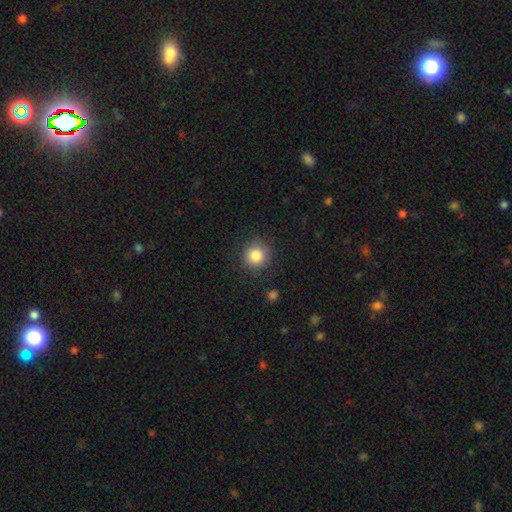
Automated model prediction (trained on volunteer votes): Smooth or featured?
  - smooth: 84% *
  - star or artifact: 10%
  - featured or disk: 6%
How rounded?
  - round: 92% *
  - in between: 7%
  - cigar-shaped: 1%
Merging?
  - none: 87% *
  - minor disturbance: 9%
  - major disturbance: 3%
  - merger: 1%